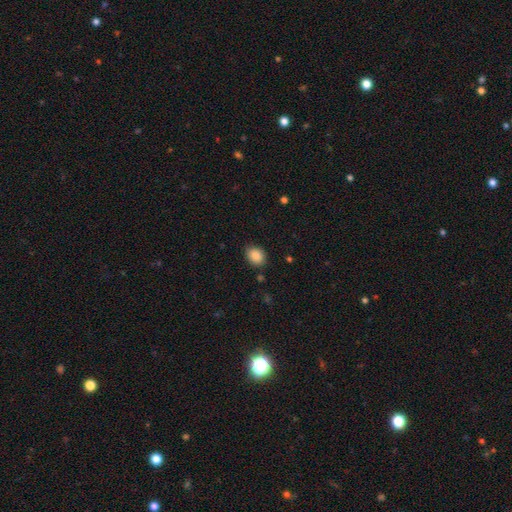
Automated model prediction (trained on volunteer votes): A smooth galaxy with no disk features (88%) that is in between round and cigar-shaped (55%). Merging: none (84%).